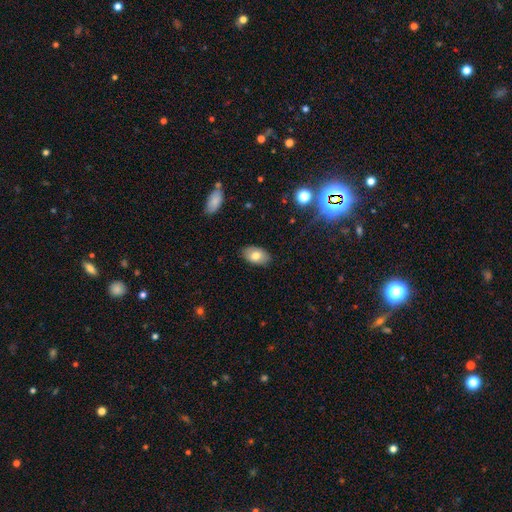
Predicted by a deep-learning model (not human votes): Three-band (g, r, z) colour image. It shows a smooth galaxy with no disk features (76%) that is in between round and cigar-shaped (92%). Merging: none (86%).